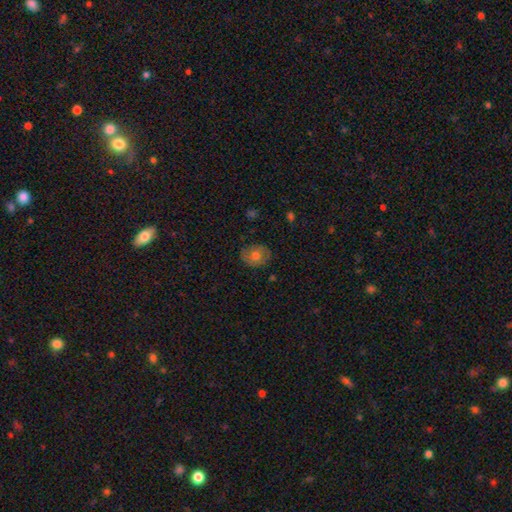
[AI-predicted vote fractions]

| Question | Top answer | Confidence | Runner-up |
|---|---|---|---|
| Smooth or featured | smooth | 65% | featured or disk (26%) |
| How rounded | round | 55% | in between (44%) |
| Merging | none | 81% | minor disturbance (15%) |